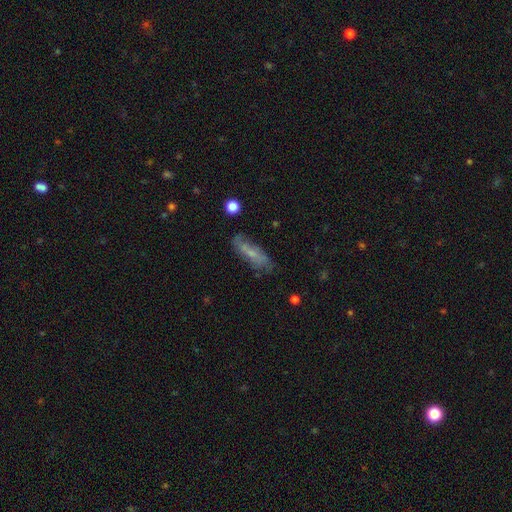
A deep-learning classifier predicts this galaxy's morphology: Smooth or featured: smooth — 43% (featured or disk — 38%)
Merging: none — 78% (minor disturbance — 14%)